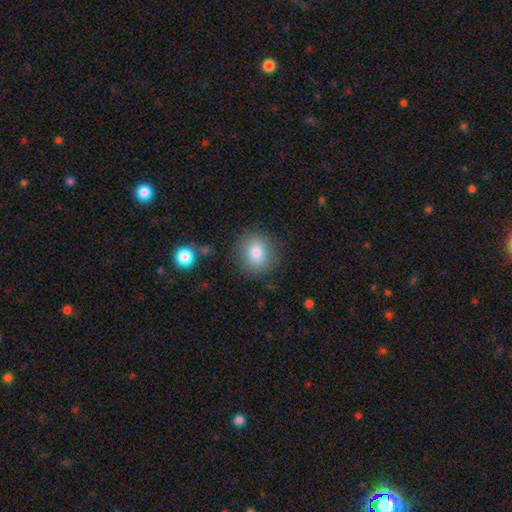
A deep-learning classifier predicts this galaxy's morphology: smooth-or-featured: smooth: 82% | star or artifact: 9% | featured or disk: 9%
  how-rounded: round: 78% | in between: 21% | cigar-shaped: 1%
  merging: none: 84% | minor disturbance: 10% | major disturbance: 4% | merger: 2%